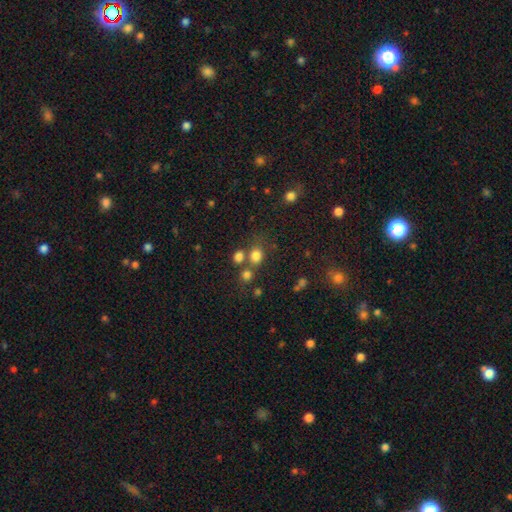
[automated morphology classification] smooth_or_featured: smooth (p=0.77) [alt: star or artifact p=0.16]
how_rounded: round (p=0.64) [alt: in between p=0.35]
merging: none (p=0.58) [alt: merger p=0.26]